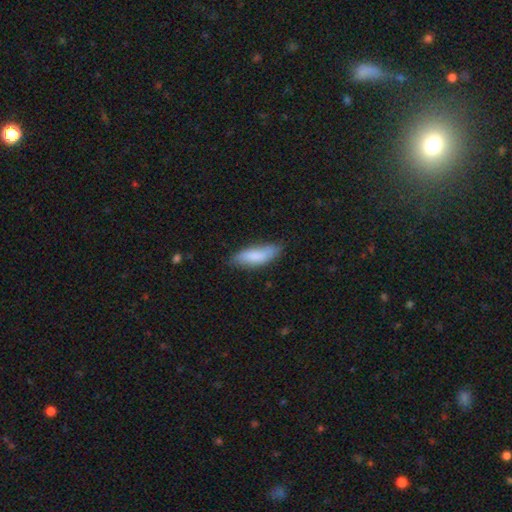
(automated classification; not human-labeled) Smooth or featured: smooth — 82% (featured or disk — 12%)
How rounded: in between — 64% (cigar-shaped — 34%)
Merging: none — 70% (minor disturbance — 25%)